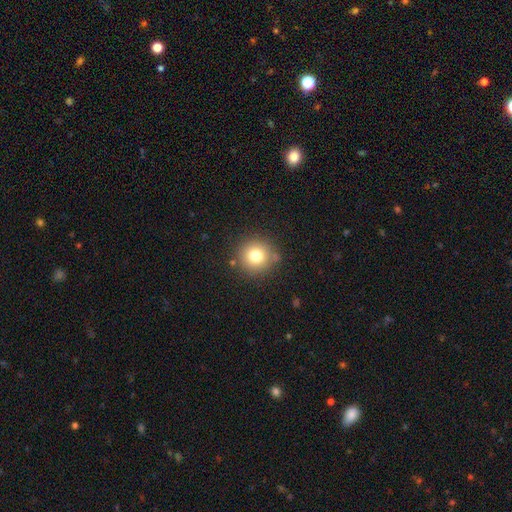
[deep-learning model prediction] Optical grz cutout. It shows a smooth galaxy with no disk features (77%) that is round (93%). Merging: none (83%).